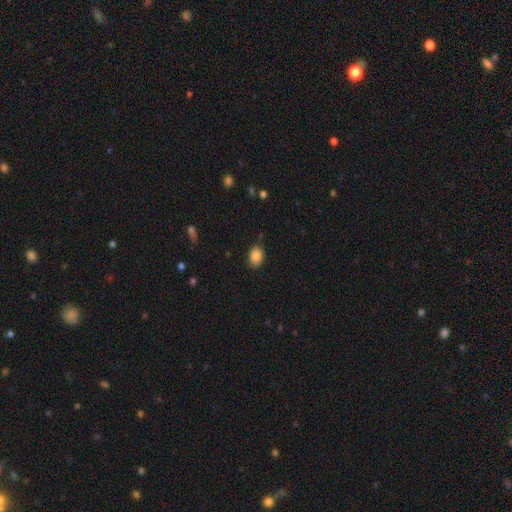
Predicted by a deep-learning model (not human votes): Smooth or featured? smooth (87%)
How rounded? in between (70%)
Merging? none (79%)